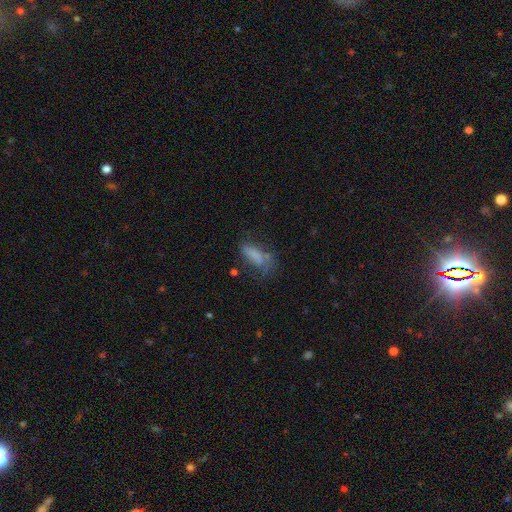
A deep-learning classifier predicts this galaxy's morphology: smooth-or-featured: smooth: 67% | featured or disk: 21% | star or artifact: 12%
  how-rounded: in between: 72% | cigar-shaped: 25% | round: 3%
  merging: none: 39% | major disturbance: 29% | minor disturbance: 28% | merger: 5%